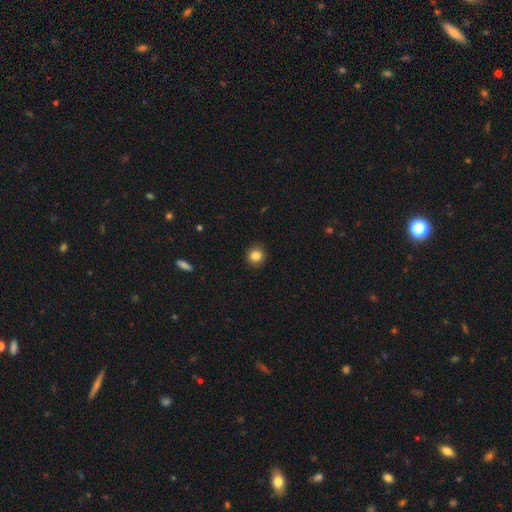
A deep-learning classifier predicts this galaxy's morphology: A smooth galaxy with no disk features (85%) that is round (89%).

Vote fractions:
- Smooth or featured? smooth: 85% / star or artifact: 11% / featured or disk: 5%
- How rounded? round: 89% / in between: 10% / cigar-shaped: 1%
- Merging? none: 91% / minor disturbance: 6% / major disturbance: 2% / merger: 1%